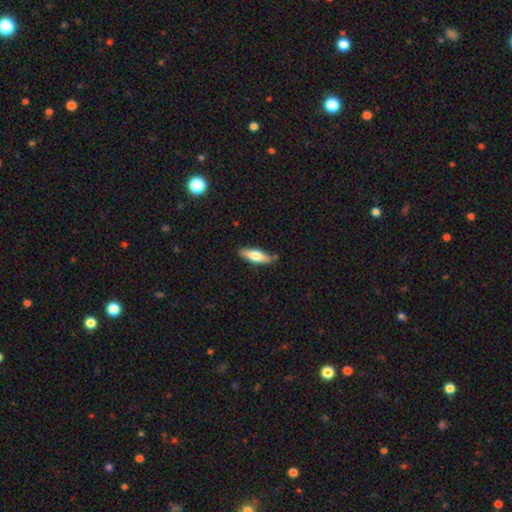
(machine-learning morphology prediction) A smooth galaxy with no disk features (58%) that is cigar-shaped (50%).

Vote fractions:
- Smooth or featured? smooth: 58% / featured or disk: 36% / star or artifact: 6%
- How rounded? cigar-shaped: 50% / in between: 48% / round: 2%
- Merging? none: 82% / minor disturbance: 13% / major disturbance: 2% / merger: 2%